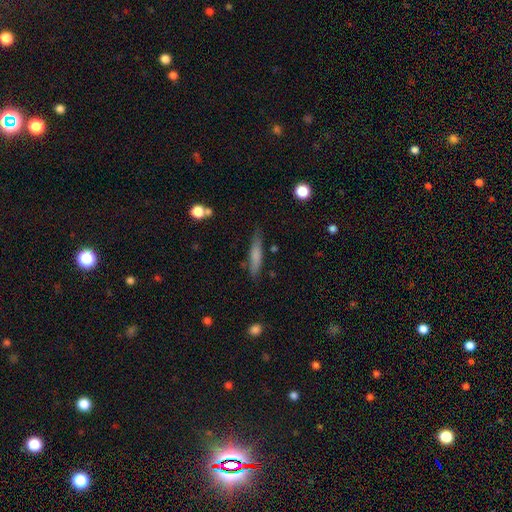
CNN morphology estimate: This is likely a smooth galaxy (69%). How rounded: clearly cigar-shaped (89%). Merging: clearly none (81%).